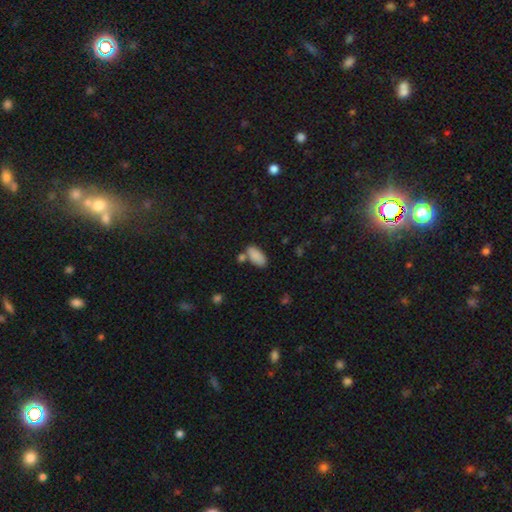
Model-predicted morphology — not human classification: Q: Smooth or featured?
A: smooth (87%); runner-up: star or artifact (7%)
Q: How rounded?
A: in between (93%); runner-up: cigar-shaped (5%)
Q: Merging?
A: none (65%); runner-up: merger (17%)